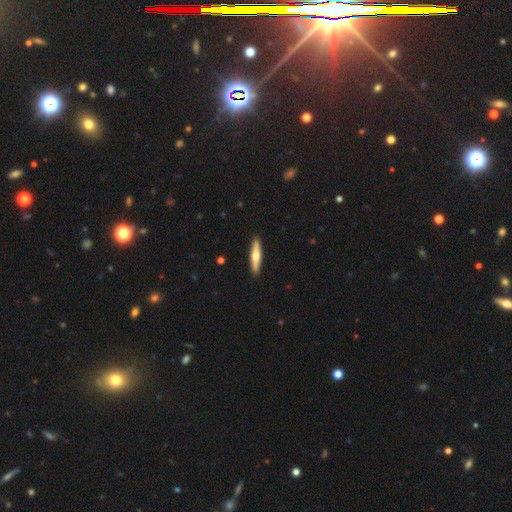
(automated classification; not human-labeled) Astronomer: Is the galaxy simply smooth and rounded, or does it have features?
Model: smooth — 49% (runner-up: featured or disk, 47%).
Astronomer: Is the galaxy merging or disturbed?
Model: none — 91%.